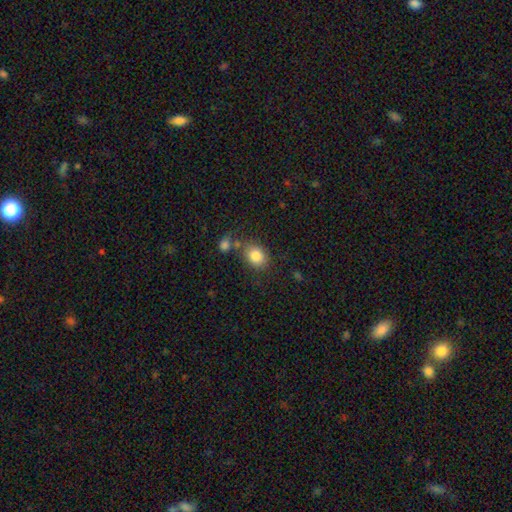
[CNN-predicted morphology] Smooth or featured?
  - smooth: 83% *
  - star or artifact: 9%
  - featured or disk: 7%
How rounded?
  - in between: 55% *
  - round: 44%
  - cigar-shaped: 1%
Merging?
  - none: 68% *
  - minor disturbance: 15%
  - merger: 12%
  - major disturbance: 5%